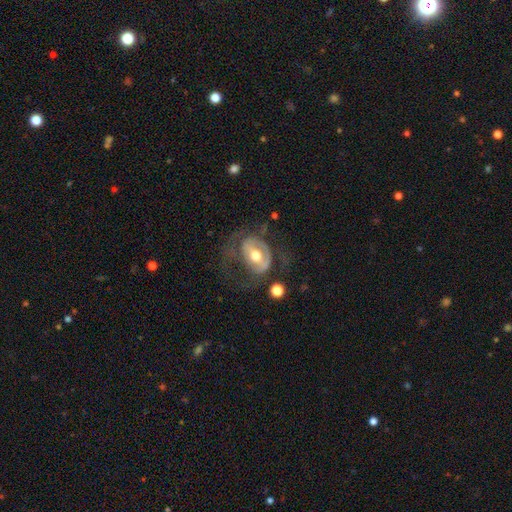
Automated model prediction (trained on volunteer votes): Smooth or featured? featured or disk (67%)
Edge-on disk? no (95%)
Bar? no (41%)
Spiral arms? yes (53%)
Bulge size? moderate (73%)
Merging? major disturbance (42%)